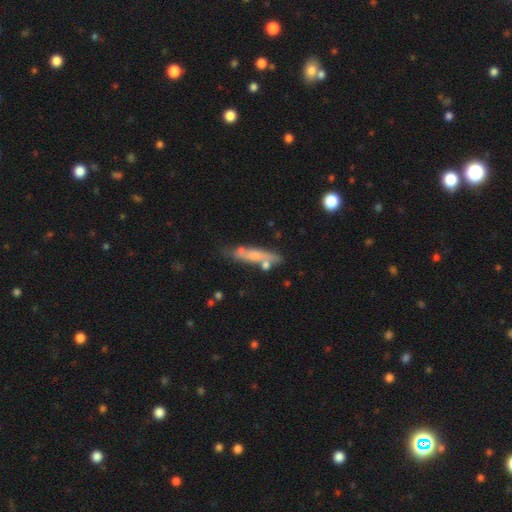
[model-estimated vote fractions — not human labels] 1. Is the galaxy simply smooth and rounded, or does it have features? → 58% smooth, 35% featured or disk, 7% star or artifact.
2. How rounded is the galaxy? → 84% cigar-shaped, 14% in between, 2% round.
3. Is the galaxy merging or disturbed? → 63% none, 21% minor disturbance, 11% merger, 6% major disturbance.